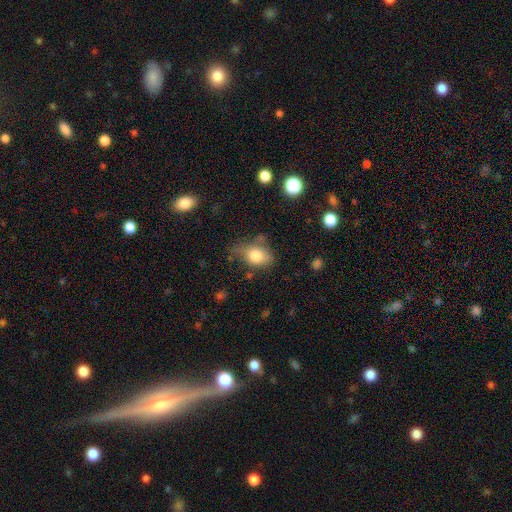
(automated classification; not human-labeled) A smooth galaxy with no disk features (77%) that is in between round and cigar-shaped (75%). Merging: none (51%).